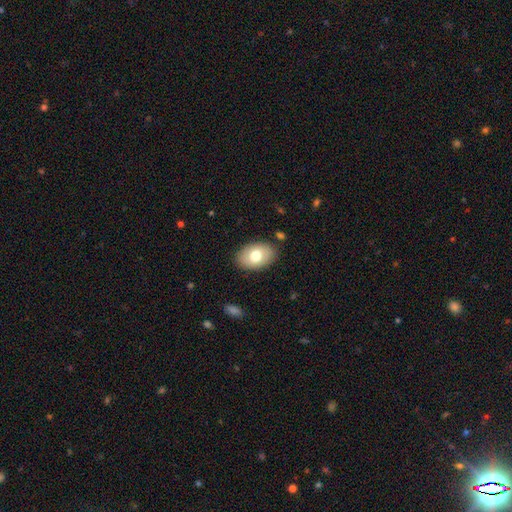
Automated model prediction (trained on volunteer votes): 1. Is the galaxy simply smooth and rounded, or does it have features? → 73% smooth, 20% featured or disk, 7% star or artifact.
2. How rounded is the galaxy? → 88% in between, 11% round, 1% cigar-shaped.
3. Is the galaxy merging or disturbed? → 86% none, 10% minor disturbance, 2% major disturbance, 2% merger.